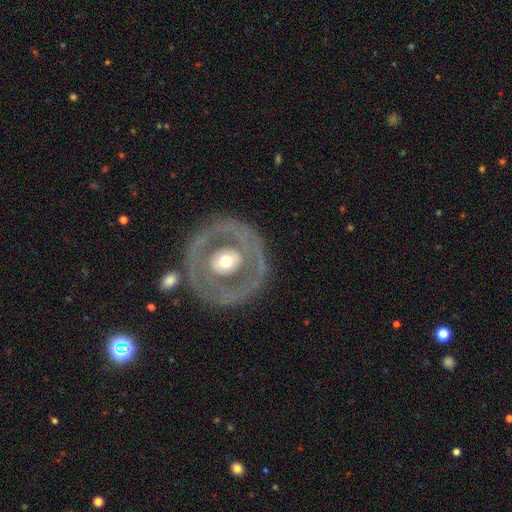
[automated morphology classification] Overall: featured or disk (68%). Edge-on disk: no (92%). Bar: no (66%). Spiral arms: no (81%). Bulge size: moderate (71%). Merging: none (80%).